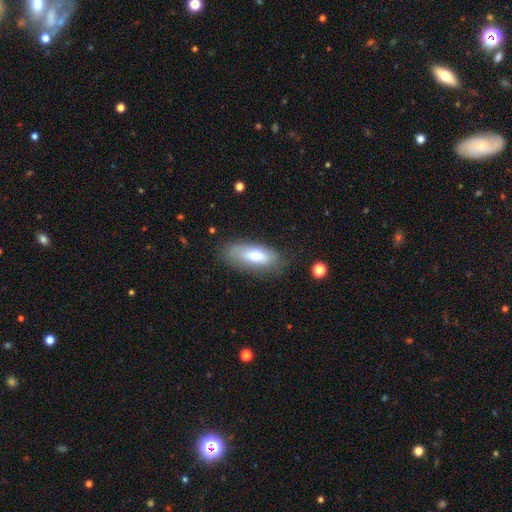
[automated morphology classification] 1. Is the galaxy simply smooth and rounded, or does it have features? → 69% smooth, 24% featured or disk, 7% star or artifact.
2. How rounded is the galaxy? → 75% in between, 22% cigar-shaped, 3% round.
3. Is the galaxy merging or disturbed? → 76% none, 17% minor disturbance, 5% major disturbance, 2% merger.